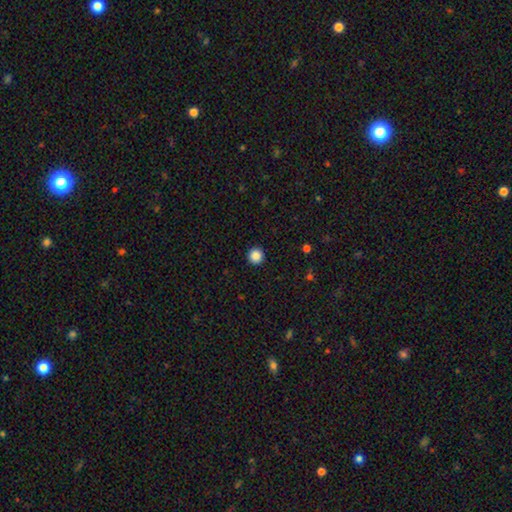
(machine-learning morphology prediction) Q: Smooth or featured?
A: smooth (87%); runner-up: star or artifact (10%)
Q: How rounded?
A: round (96%); runner-up: in between (3%)
Q: Merging?
A: none (93%); runner-up: minor disturbance (4%)